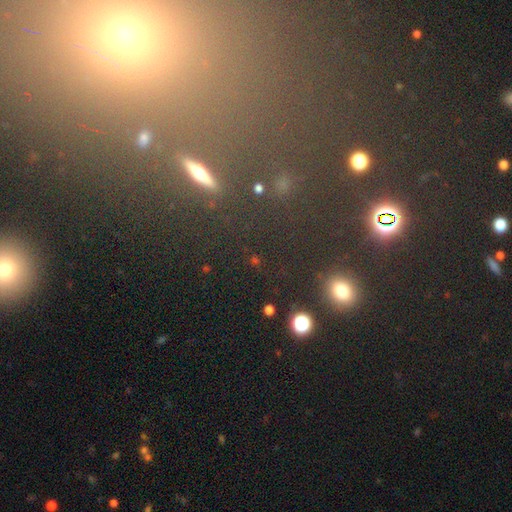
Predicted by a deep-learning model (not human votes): Smooth or featured? star or artifact (61%)